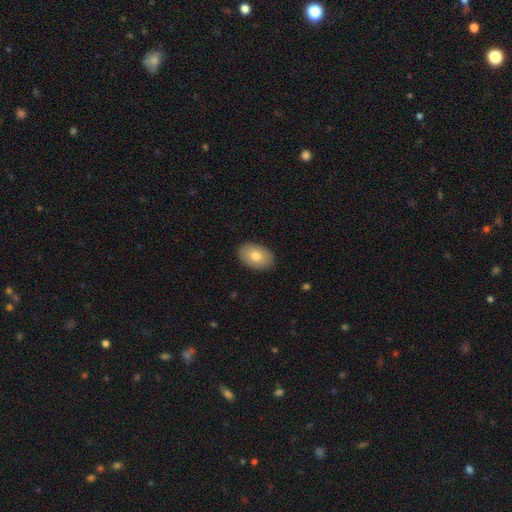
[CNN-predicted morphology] Smooth or featured?
  - smooth: 79% *
  - featured or disk: 14%
  - star or artifact: 7%
How rounded?
  - in between: 89% *
  - round: 10%
  - cigar-shaped: 1%
Merging?
  - none: 90% *
  - minor disturbance: 8%
  - major disturbance: 2%
  - merger: 1%